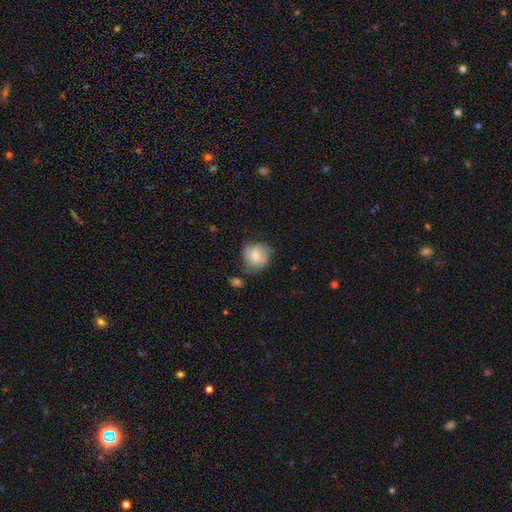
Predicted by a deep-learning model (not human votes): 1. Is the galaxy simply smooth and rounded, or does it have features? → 55% smooth, 37% featured or disk, 8% star or artifact.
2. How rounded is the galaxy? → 80% round, 19% in between, 1% cigar-shaped.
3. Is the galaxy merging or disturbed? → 60% none, 26% minor disturbance, 9% major disturbance, 5% merger.